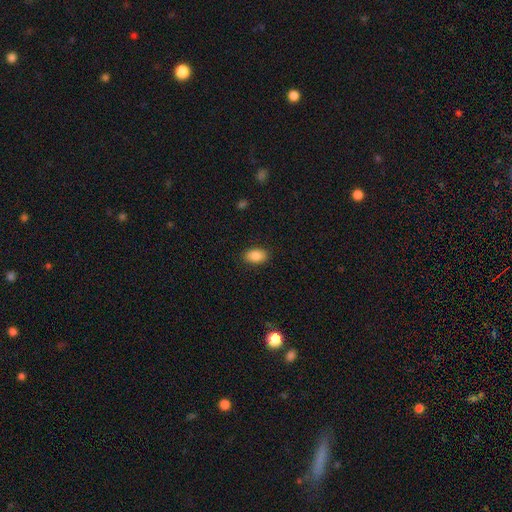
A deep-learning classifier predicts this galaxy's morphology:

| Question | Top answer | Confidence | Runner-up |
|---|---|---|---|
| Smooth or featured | smooth | 86% | star or artifact (8%) |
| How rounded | in between | 90% | round (8%) |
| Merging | none | 88% | minor disturbance (8%) |